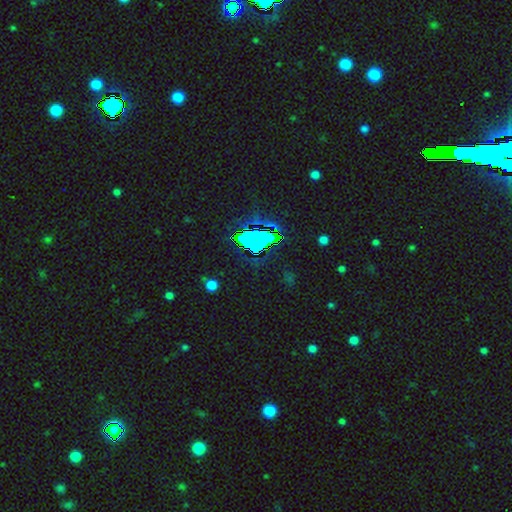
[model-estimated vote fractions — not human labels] Q: Smooth or featured?
A: star or artifact (75%); runner-up: smooth (15%)